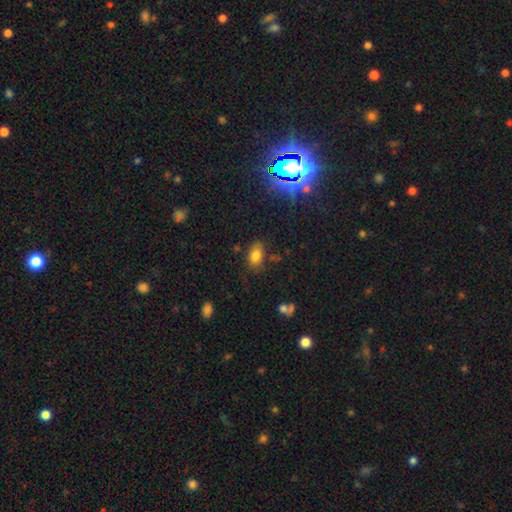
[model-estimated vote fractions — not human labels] Smooth or featured? smooth (79%)
How rounded? in between (86%)
Merging? none (72%)